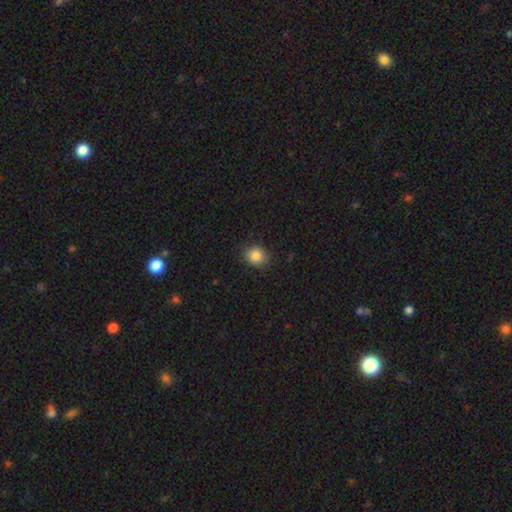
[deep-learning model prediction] smooth 85%, star or artifact 10%, featured or disk 5%. Down the decision tree: how rounded — round (75%); merging — none (88%).